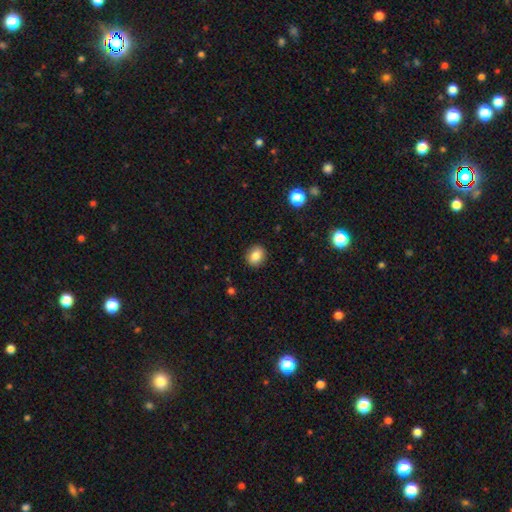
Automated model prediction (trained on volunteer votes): This is clearly a smooth galaxy (85%). How rounded: likely round (61%). Merging: clearly none (90%).